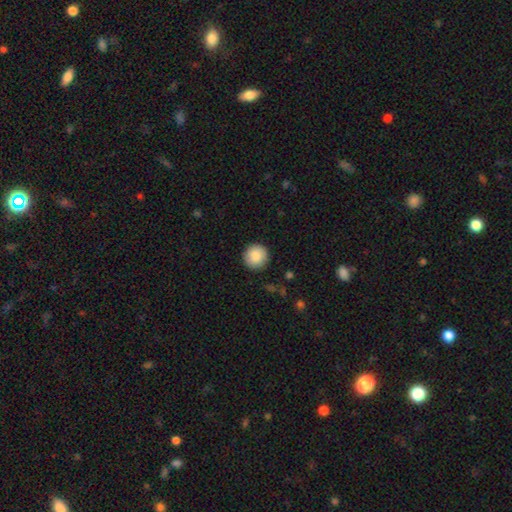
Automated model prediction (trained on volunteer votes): Morphology: type=smooth (88%); roundness=round (96%); merging=none (91%).